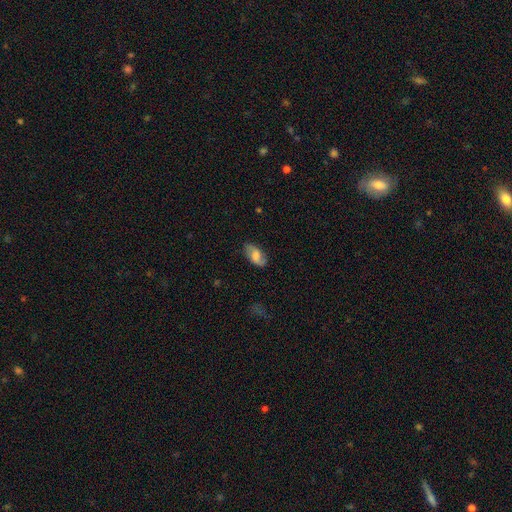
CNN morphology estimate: Smooth or featured? smooth (52%)
How rounded? in between (92%)
Merging? none (76%)